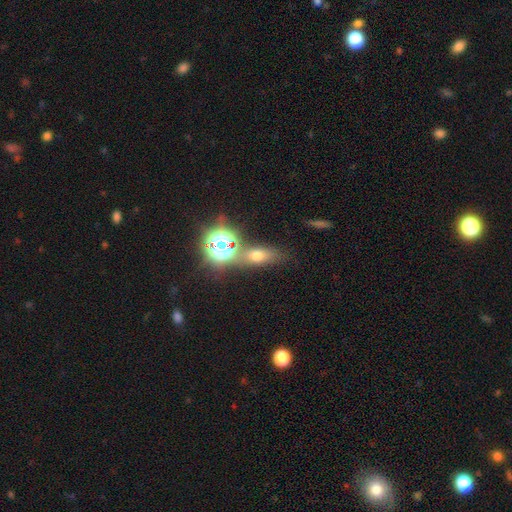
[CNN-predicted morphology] Smooth or featured? smooth (54%)
How rounded? in between (57%)
Merging? none (65%)